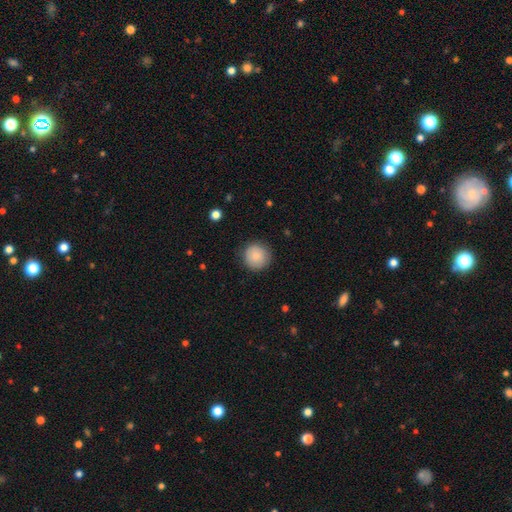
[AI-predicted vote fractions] smooth 85%, star or artifact 7%, featured or disk 7%. Down the decision tree: how rounded — round (95%); merging — none (88%).